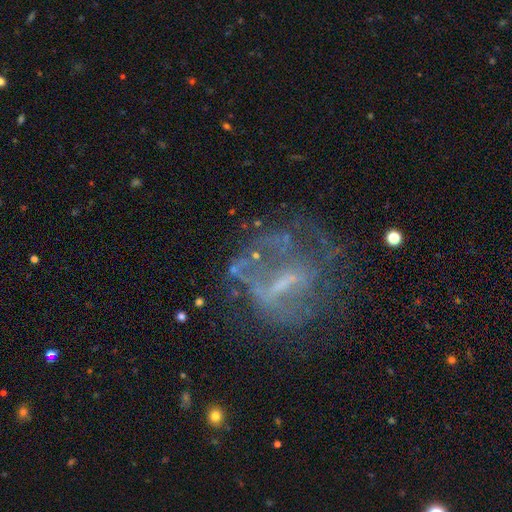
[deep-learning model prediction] Morphology: type=featured or disk (69%); edge-on=no (95%); bar=strong (39%); spiral arms=no (58%); bulge=none (38%); merging=none (43%).